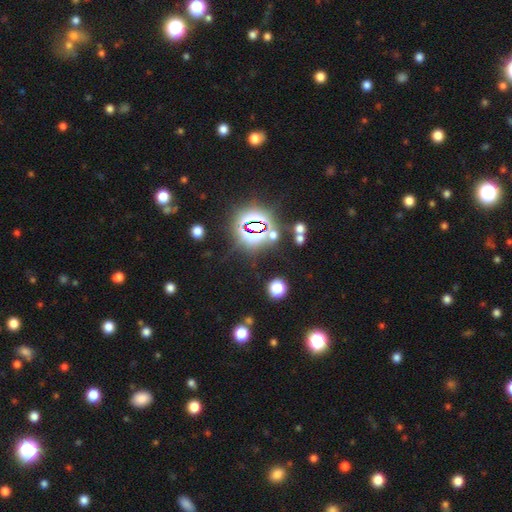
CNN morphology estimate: This appears to be a star or artifact, not a galaxy (78%).